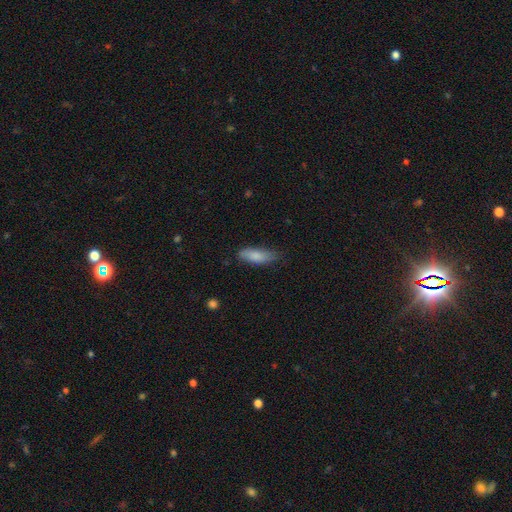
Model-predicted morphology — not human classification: smooth_or_featured: smooth (p=0.84) [alt: featured or disk p=0.10]
how_rounded: in between (p=0.57) [alt: cigar-shaped p=0.42]
merging: none (p=0.74) [alt: minor disturbance p=0.21]